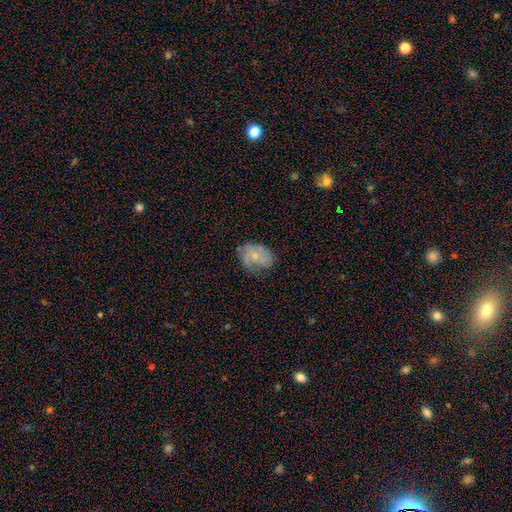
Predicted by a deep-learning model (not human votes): Overall: featured or disk (63%; smooth 29%). Edge-on disk: no (97%). Bar: no (67%; weak 28%). Spiral arms: yes (84%). Spiral arm count: 2 (44%; can't tell 26%). Spiral winding: medium (43%; tight 33%). Bulge size: small (59%; moderate 34%). Merging: none (58%; minor disturbance 27%).